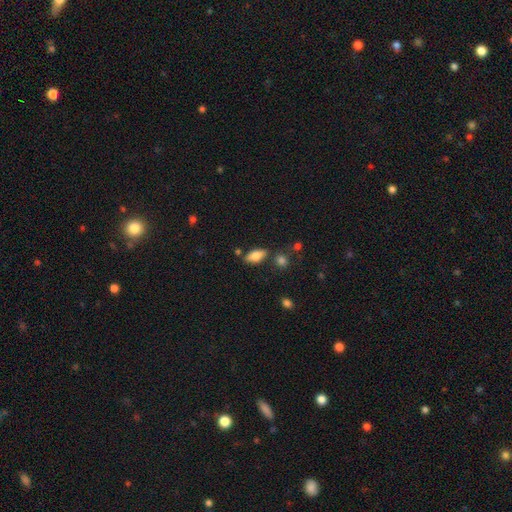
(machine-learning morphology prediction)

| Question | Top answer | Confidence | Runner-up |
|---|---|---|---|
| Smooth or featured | smooth | 78% | featured or disk (14%) |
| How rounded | in between | 87% | cigar-shaped (10%) |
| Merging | none | 74% | minor disturbance (16%) |